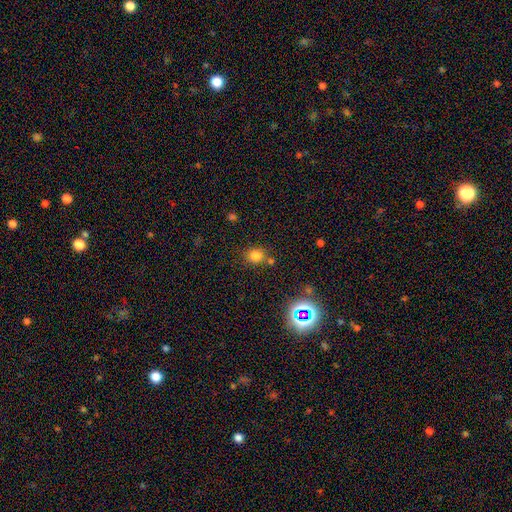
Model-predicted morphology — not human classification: smooth_or_featured: smooth (p=0.75) [alt: star or artifact p=0.18]
how_rounded: round (p=0.74) [alt: in between p=0.25]
merging: none (p=0.71) [alt: minor disturbance p=0.12]